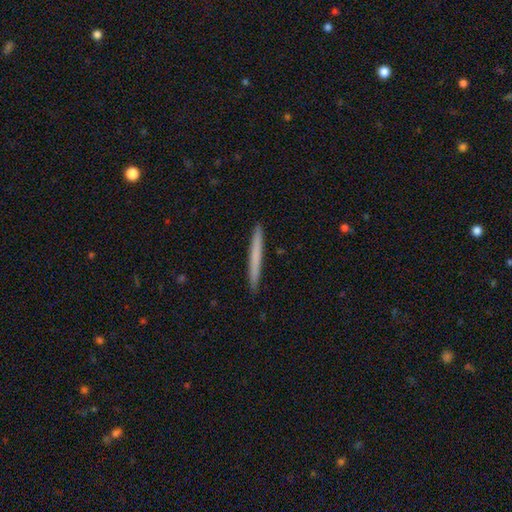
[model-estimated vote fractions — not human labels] A smooth galaxy with no disk features (65%) that is cigar-shaped (97%). Merging: none (93%).